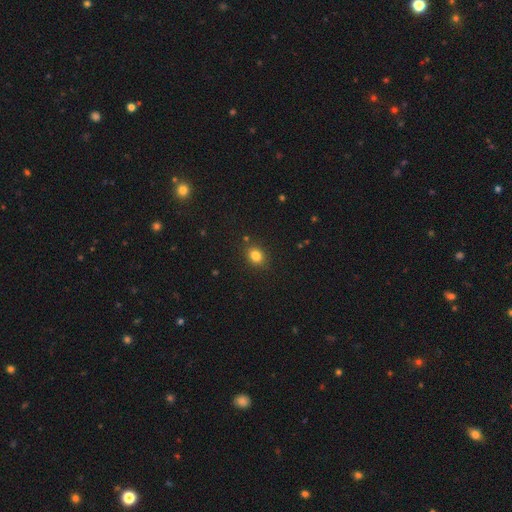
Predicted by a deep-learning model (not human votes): Q: Smooth or featured?
A: smooth (82%); runner-up: star or artifact (12%)
Q: How rounded?
A: in between (50%); runner-up: round (49%)
Q: Merging?
A: none (86%); runner-up: minor disturbance (9%)